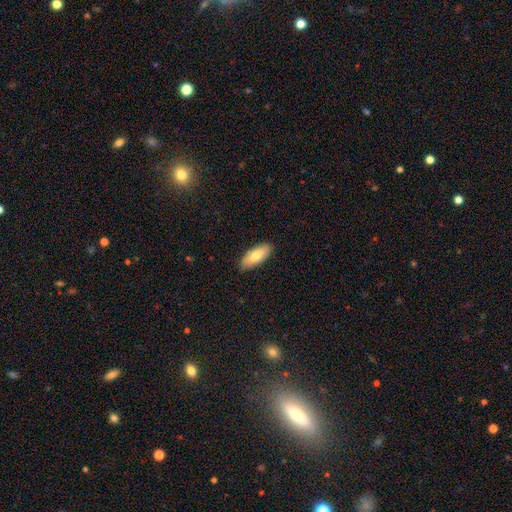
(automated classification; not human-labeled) Overall: smooth (76%). How rounded: in between (81%). Merging: none (88%).